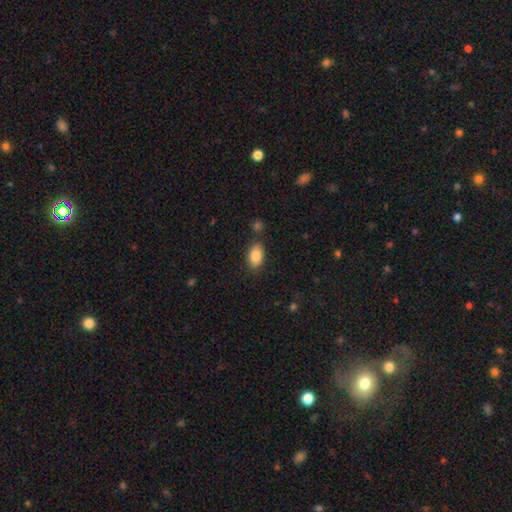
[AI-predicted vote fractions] A smooth galaxy with no disk features (87%) that is in between round and cigar-shaped (91%). Merging: none (81%).